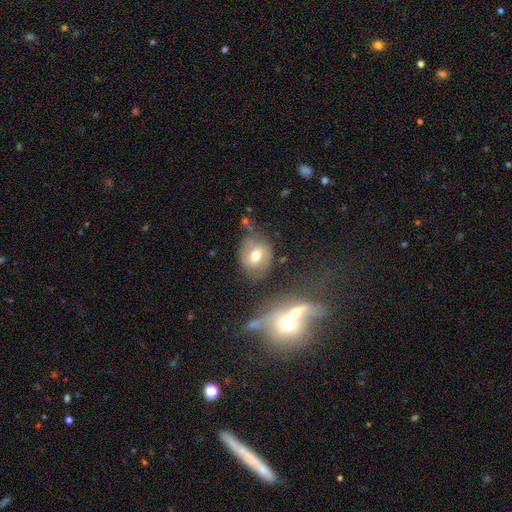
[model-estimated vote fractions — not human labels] A smooth galaxy with no disk features (48%).

Vote fractions:
- Smooth or featured? smooth: 48% / featured or disk: 42% / star or artifact: 10%
- Merging? none: 67% / minor disturbance: 18% / merger: 7% / major disturbance: 7%